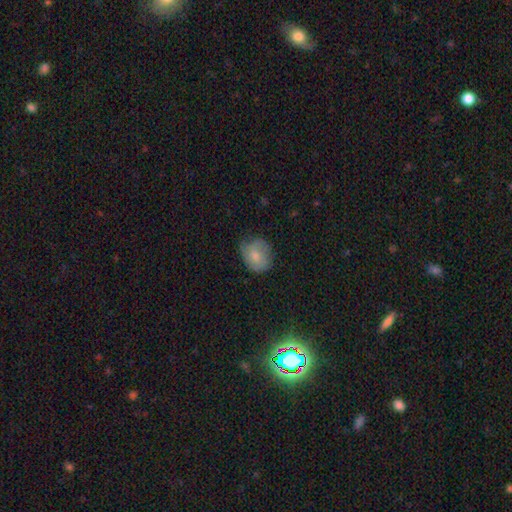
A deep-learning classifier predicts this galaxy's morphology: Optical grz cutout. It shows a smooth galaxy with no disk features (71%) that is round (62%). Merging: none (56%).